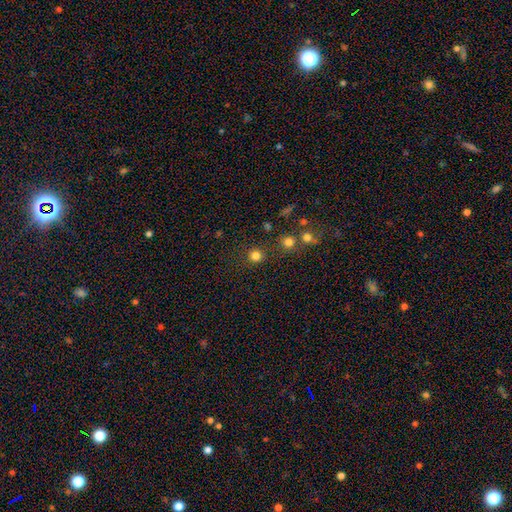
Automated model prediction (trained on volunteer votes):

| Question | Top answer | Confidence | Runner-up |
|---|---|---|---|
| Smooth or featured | smooth | 80% | star or artifact (16%) |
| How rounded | round | 94% | in between (5%) |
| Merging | none | 84% | minor disturbance (7%) |